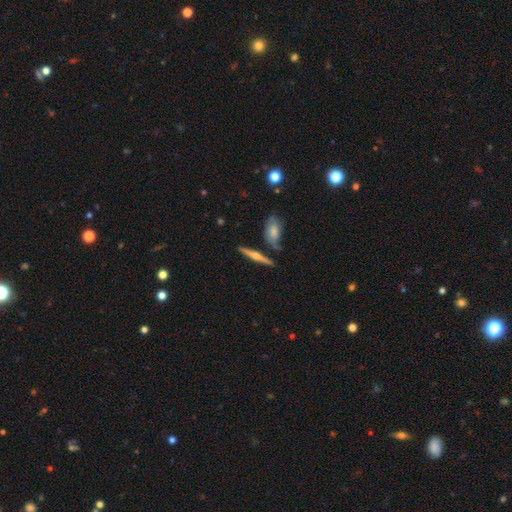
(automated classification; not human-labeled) The model was most divided on "smooth or featured": featured or disk: 65%, smooth: 28%, star or artifact: 6%. More confident: edge-on disk — yes (96%); edge-on bulge — rounded (90%); merging — none (79%).